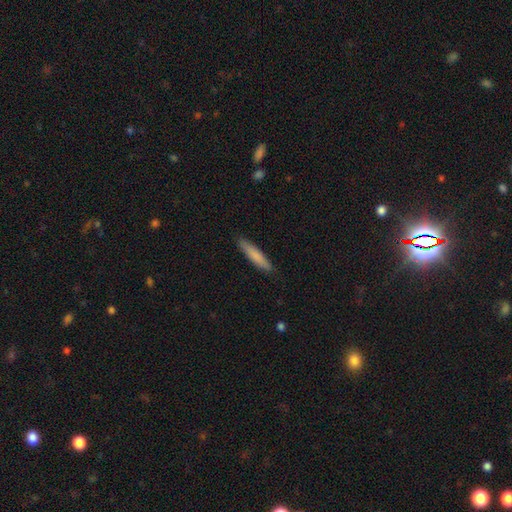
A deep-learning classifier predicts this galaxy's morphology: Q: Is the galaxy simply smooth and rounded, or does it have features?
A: smooth — 80%.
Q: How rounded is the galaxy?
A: cigar-shaped — 88%.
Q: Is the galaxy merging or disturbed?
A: none — 89%.